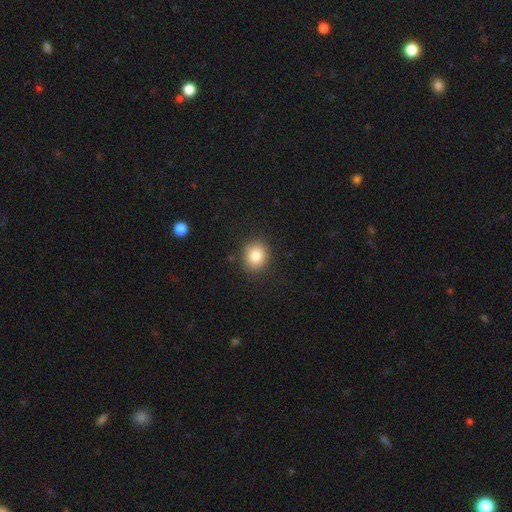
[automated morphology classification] smooth_or_featured: smooth (p=0.83) [alt: star or artifact p=0.10]
how_rounded: round (p=0.75) [alt: in between p=0.24]
merging: none (p=0.88) [alt: minor disturbance p=0.08]